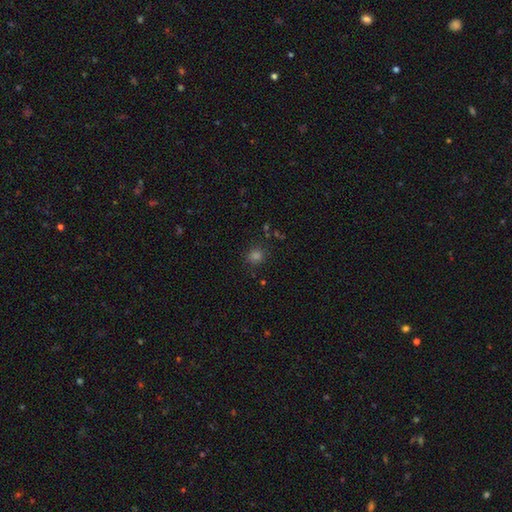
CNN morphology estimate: smooth_or_featured: smooth (p=0.69) [alt: star or artifact p=0.26]
how_rounded: round (p=0.87) [alt: in between p=0.12]
merging: none (p=0.86) [alt: minor disturbance p=0.08]